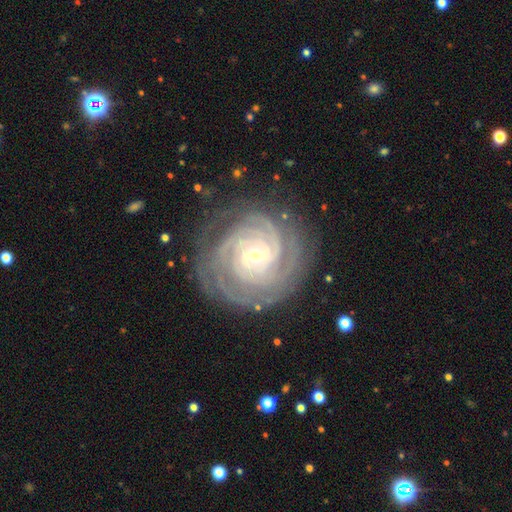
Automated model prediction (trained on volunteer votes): The model was most divided on "bar": weak: 44%, no: 37%, strong: 20%. Remaining: spiral arms — yes (99%); edge-on disk — no (98%); smooth or featured — featured or disk (91%); spiral winding — tight (84%); merging — none (80%); bulge size — small (68%); spiral arm count — 4 (32%).